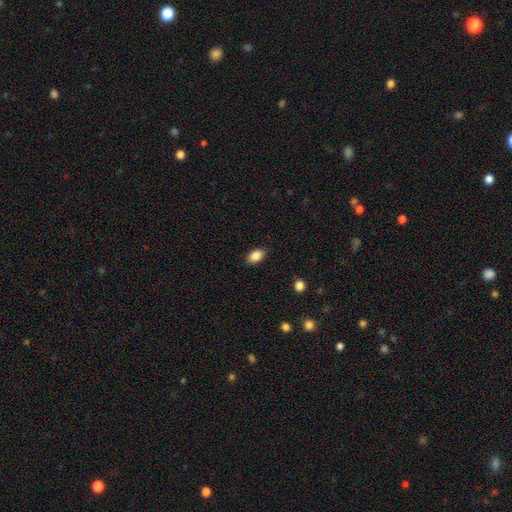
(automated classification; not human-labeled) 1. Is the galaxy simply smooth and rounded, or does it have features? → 87% smooth, 8% star or artifact, 5% featured or disk.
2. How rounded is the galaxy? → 86% in between, 12% round, 1% cigar-shaped.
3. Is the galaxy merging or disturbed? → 87% none, 10% minor disturbance, 2% major disturbance, 1% merger.